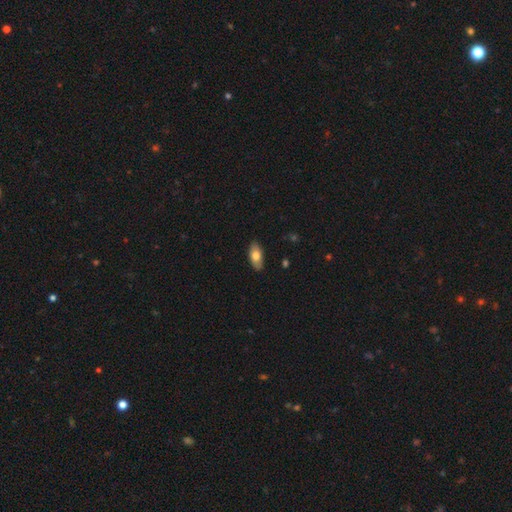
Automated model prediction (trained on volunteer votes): A smooth galaxy with no disk features (72%) that is in between round and cigar-shaped (89%).

Vote fractions:
- Smooth or featured? smooth: 72% / featured or disk: 22% / star or artifact: 6%
- How rounded? in between: 89% / cigar-shaped: 8% / round: 3%
- Merging? none: 86% / minor disturbance: 11% / major disturbance: 2% / merger: 1%